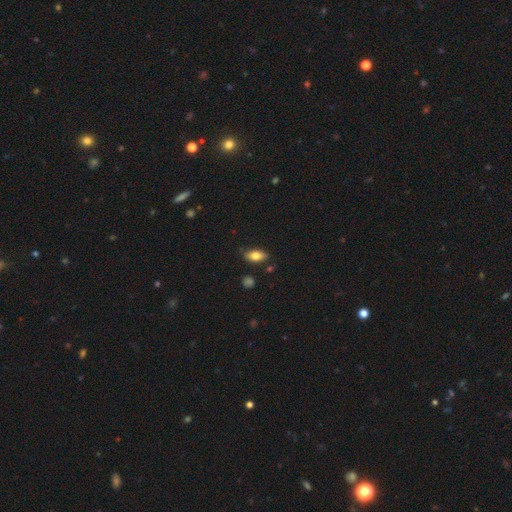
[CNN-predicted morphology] smooth_or_featured: smooth (p=0.79) [alt: featured or disk p=0.14]
how_rounded: in between (p=0.89) [alt: cigar-shaped p=0.07]
merging: none (p=0.81) [alt: minor disturbance p=0.14]